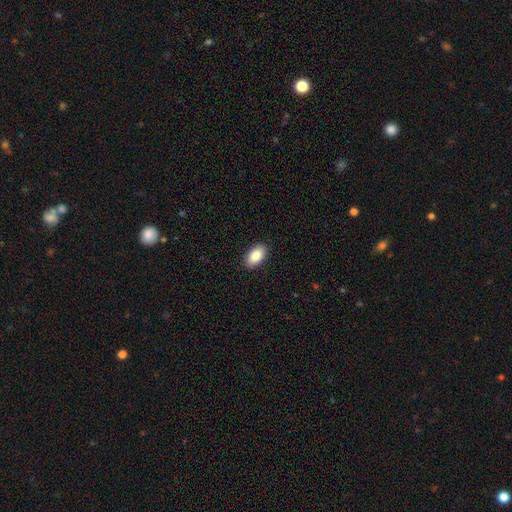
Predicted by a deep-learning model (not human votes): smooth_or_featured: smooth (p=0.88) [alt: star or artifact p=0.06]
how_rounded: in between (p=0.94) [alt: round p=0.04]
merging: none (p=0.89) [alt: minor disturbance p=0.08]